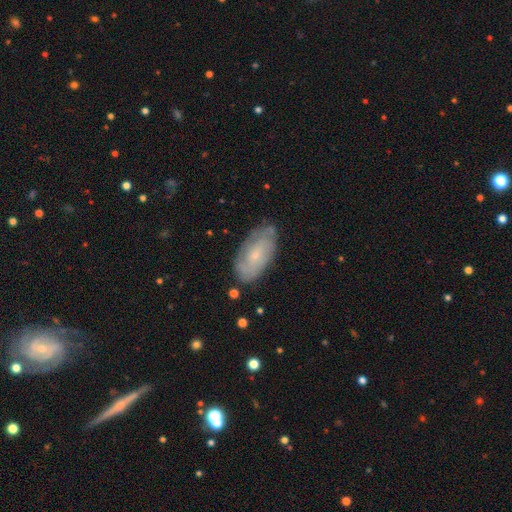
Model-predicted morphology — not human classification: Smooth or featured?
  - featured or disk: 53% *
  - smooth: 40%
  - star or artifact: 7%
Edge-on disk?
  - no: 91% *
  - yes: 9%
Merging?
  - none: 74% *
  - minor disturbance: 20%
  - major disturbance: 5%
  - merger: 2%